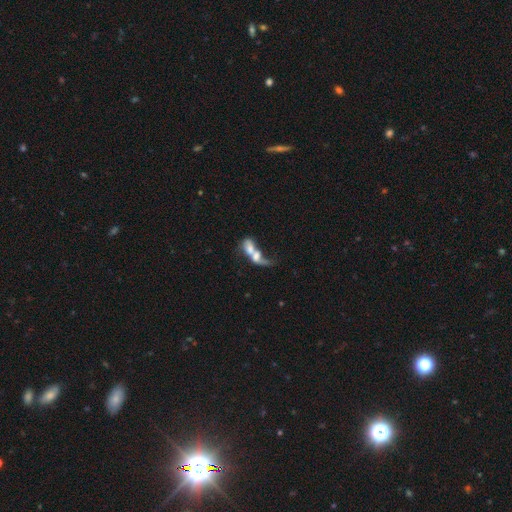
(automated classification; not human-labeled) smooth_or_featured: smooth (p=0.48) [alt: featured or disk p=0.42]
merging: merger (p=0.73) [alt: major disturbance p=0.13]